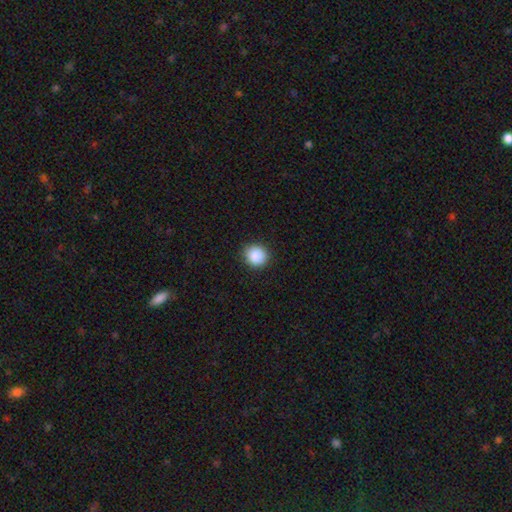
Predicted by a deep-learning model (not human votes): This appears to be a smooth galaxy with no disk features (89%) that is round (90%). Merging: none (89%).